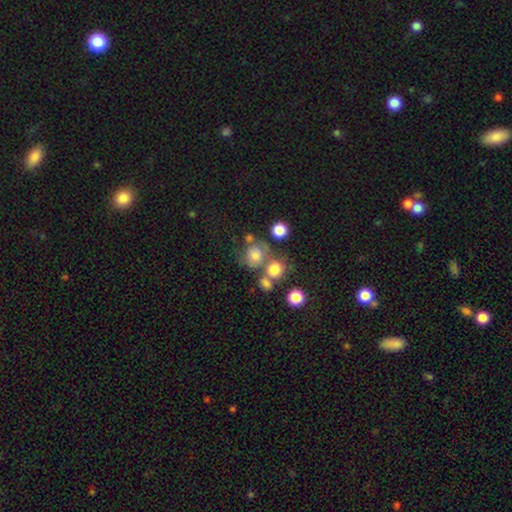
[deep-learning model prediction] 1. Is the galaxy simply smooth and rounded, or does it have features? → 62% smooth, 19% featured or disk, 19% star or artifact.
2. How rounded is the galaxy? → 79% round, 20% in between, 1% cigar-shaped.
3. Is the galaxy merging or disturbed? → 48% none, 30% merger, 13% minor disturbance, 9% major disturbance.